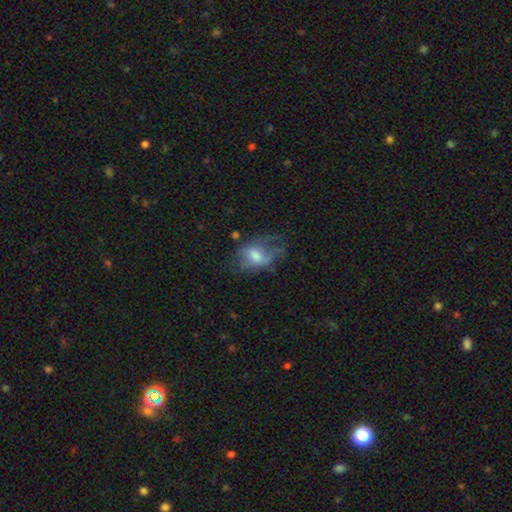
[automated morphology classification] Q: Smooth or featured?
A: featured or disk (47%); runner-up: smooth (43%)
Q: Merging?
A: none (37%); runner-up: major disturbance (36%)